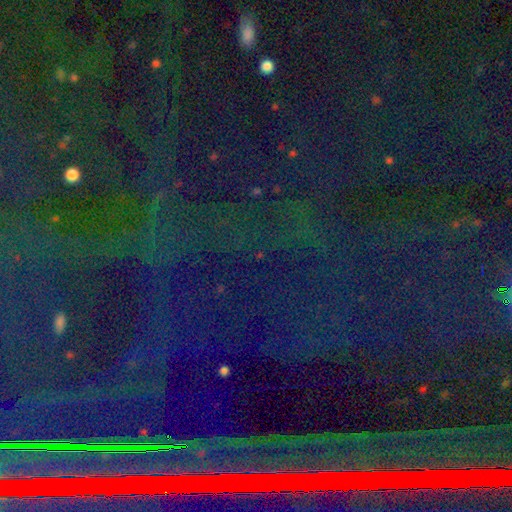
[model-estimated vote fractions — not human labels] Smooth or featured: star or artifact — 83% (smooth — 10%)